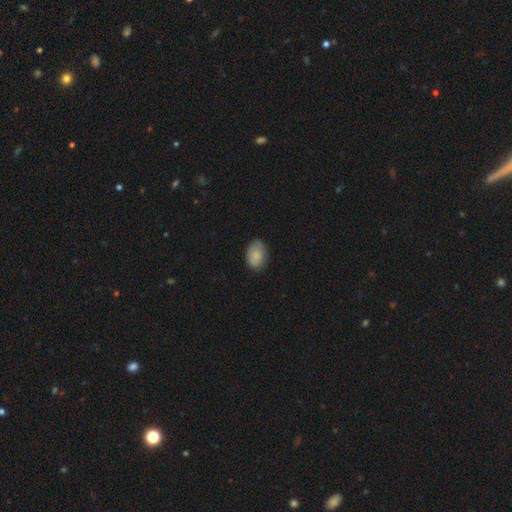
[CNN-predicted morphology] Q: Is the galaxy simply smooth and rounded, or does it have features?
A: smooth — 84%.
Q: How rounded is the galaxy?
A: in between — 83%.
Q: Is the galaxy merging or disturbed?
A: none — 77%.